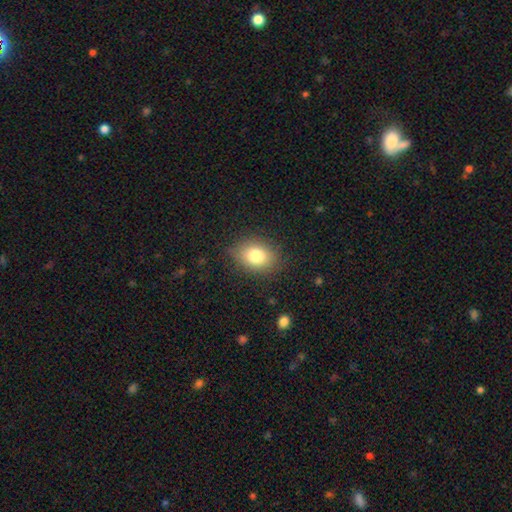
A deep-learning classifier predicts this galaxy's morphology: Smooth or featured? smooth (80%)
How rounded? in between (70%)
Merging? none (81%)